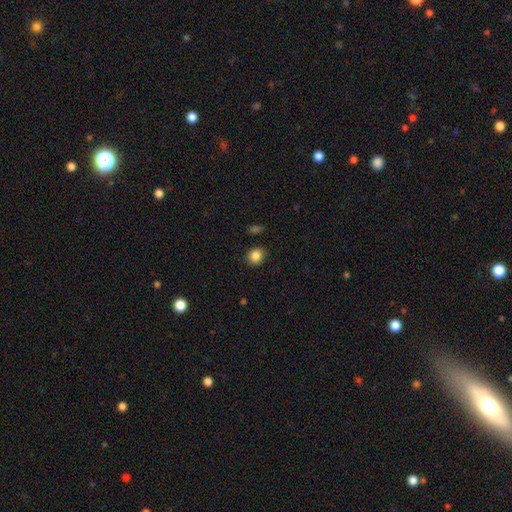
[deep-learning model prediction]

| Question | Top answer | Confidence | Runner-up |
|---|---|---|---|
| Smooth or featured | smooth | 86% | star or artifact (10%) |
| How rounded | round | 80% | in between (20%) |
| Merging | none | 88% | minor disturbance (8%) |